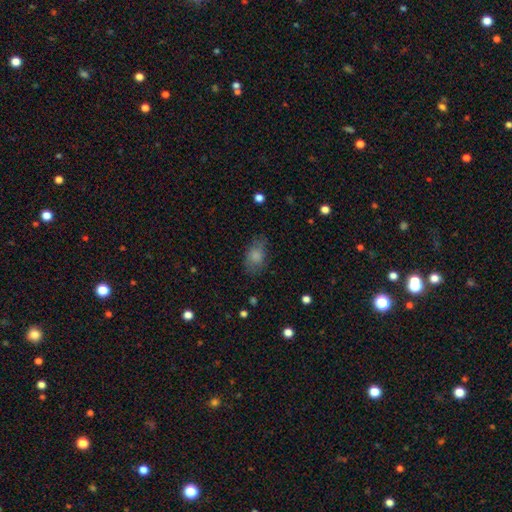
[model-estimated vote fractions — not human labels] smooth 79%, featured or disk 12%, star or artifact 9%. Down the decision tree: how rounded — in between (85%); merging — none (68%).